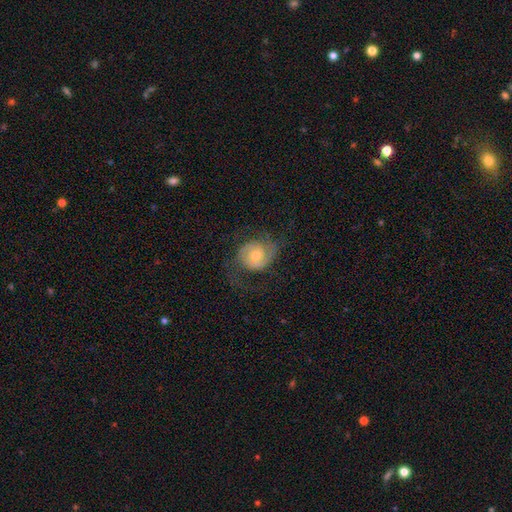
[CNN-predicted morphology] Q: Smooth or featured?
A: featured or disk (77%); runner-up: smooth (16%)
Q: Edge-on disk?
A: no (98%); runner-up: yes (2%)
Q: Bar?
A: no (68%); runner-up: weak (28%)
Q: Spiral arms?
A: yes (95%); runner-up: no (5%)
Q: Spiral winding?
A: medium (44%); runner-up: tight (33%)
Q: Spiral arm count?
A: 2 (81%); runner-up: can't tell (7%)
Q: Bulge size?
A: moderate (54%); runner-up: small (37%)
Q: Merging?
A: none (62%); runner-up: minor disturbance (19%)